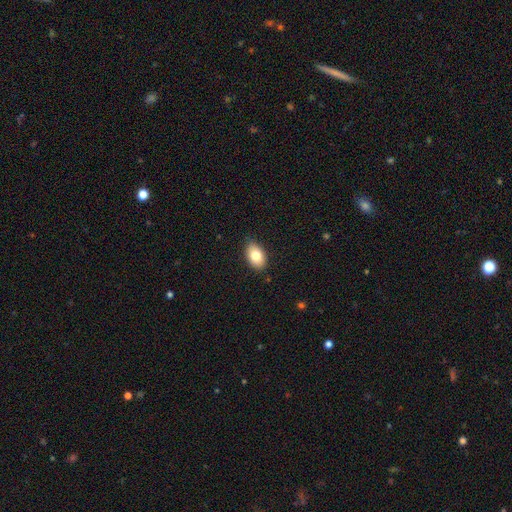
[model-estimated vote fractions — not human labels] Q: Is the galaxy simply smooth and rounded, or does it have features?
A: smooth — 79%.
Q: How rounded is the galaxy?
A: in between — 91%.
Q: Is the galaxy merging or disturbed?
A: none — 85%.